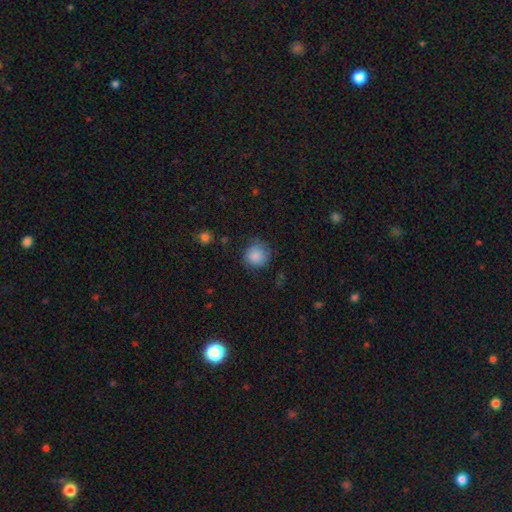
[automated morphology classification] smooth 87%, star or artifact 8%, featured or disk 5%. Down the decision tree: how rounded — round (91%); merging — none (76%).